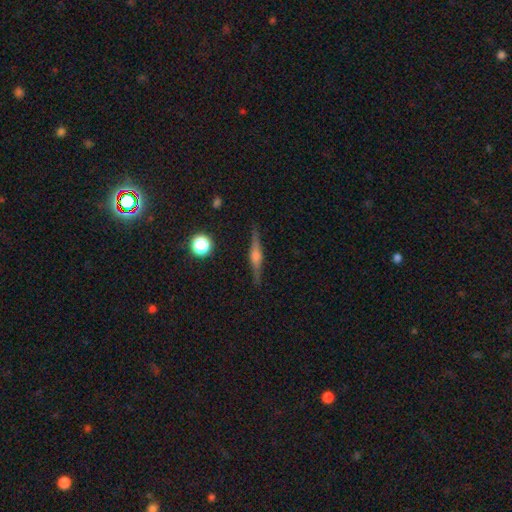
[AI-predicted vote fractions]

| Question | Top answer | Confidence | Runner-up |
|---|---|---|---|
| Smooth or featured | featured or disk | 73% | smooth (19%) |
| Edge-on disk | yes | 98% | no (2%) |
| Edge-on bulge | rounded | 78% | boxy (17%) |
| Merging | none | 89% | minor disturbance (8%) |